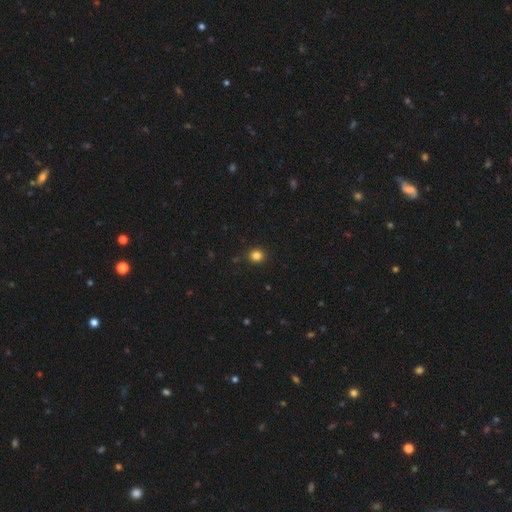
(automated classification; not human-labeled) smooth_or_featured: smooth (p=0.83) [alt: star or artifact p=0.13]
how_rounded: round (p=0.90) [alt: in between p=0.09]
merging: none (p=0.90) [alt: minor disturbance p=0.07]